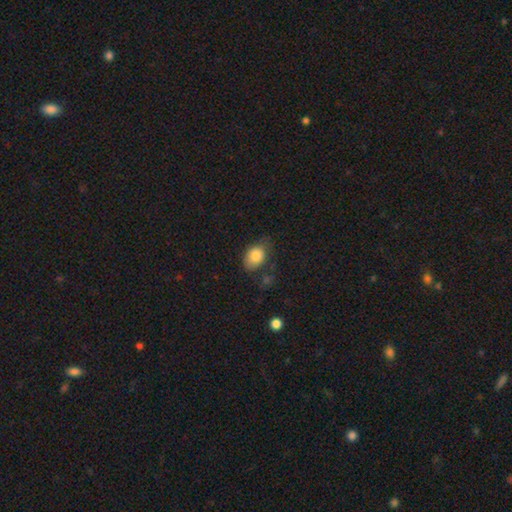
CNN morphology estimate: smooth-or-featured: smooth: 83% | featured or disk: 9% | star or artifact: 8%
  how-rounded: in between: 75% | round: 23% | cigar-shaped: 1%
  merging: none: 58% | minor disturbance: 29% | major disturbance: 10% | merger: 3%